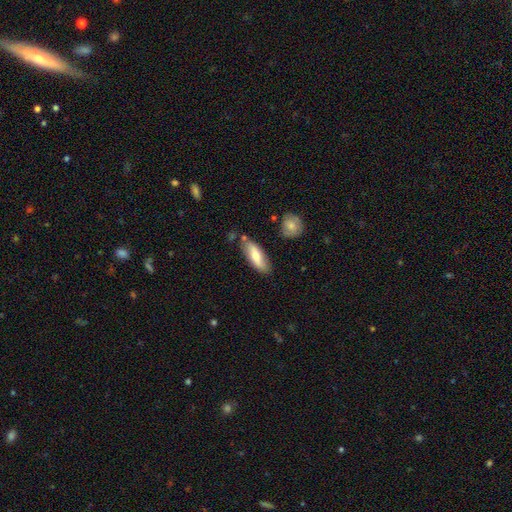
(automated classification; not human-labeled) Smooth or featured?
  - smooth: 71% *
  - featured or disk: 23%
  - star or artifact: 6%
How rounded?
  - in between: 66% *
  - cigar-shaped: 32%
  - round: 2%
Merging?
  - none: 76% *
  - minor disturbance: 16%
  - merger: 5%
  - major disturbance: 3%